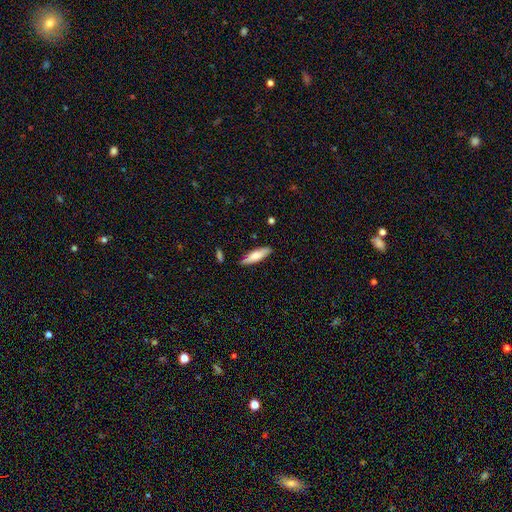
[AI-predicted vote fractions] Smooth or featured?
  - smooth: 71% *
  - featured or disk: 23%
  - star or artifact: 6%
How rounded?
  - cigar-shaped: 62% *
  - in between: 37%
  - round: 2%
Merging?
  - none: 82% *
  - minor disturbance: 13%
  - major disturbance: 2%
  - merger: 2%